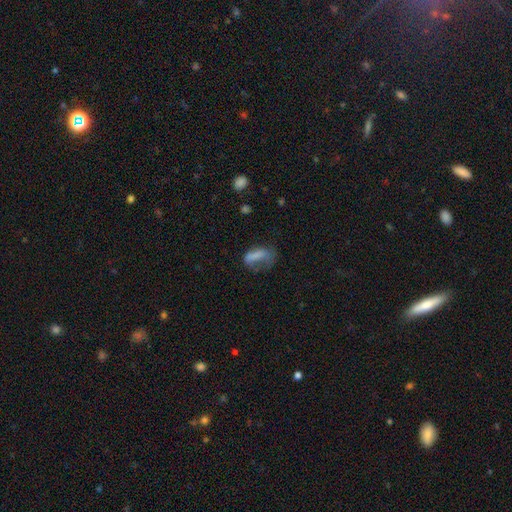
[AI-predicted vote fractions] smooth-or-featured: smooth: 66% | featured or disk: 22% | star or artifact: 12%
  how-rounded: in between: 72% | cigar-shaped: 21% | round: 7%
  merging: major disturbance: 44% | none: 28% | minor disturbance: 24% | merger: 4%